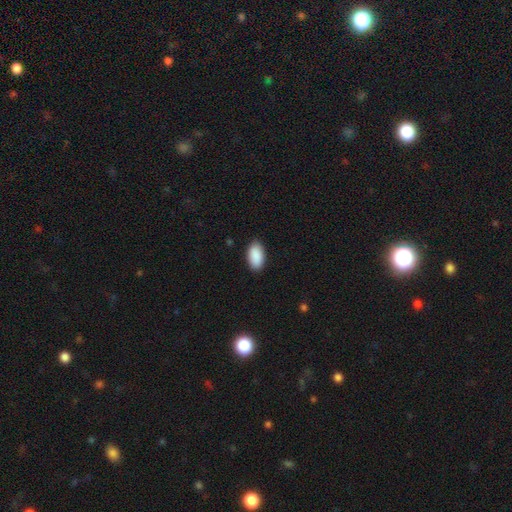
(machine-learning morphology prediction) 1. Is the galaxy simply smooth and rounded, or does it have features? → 91% smooth, 6% star or artifact, 3% featured or disk.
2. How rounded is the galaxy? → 95% in between, 3% round, 2% cigar-shaped.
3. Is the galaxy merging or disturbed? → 88% none, 9% minor disturbance, 2% major disturbance, 1% merger.